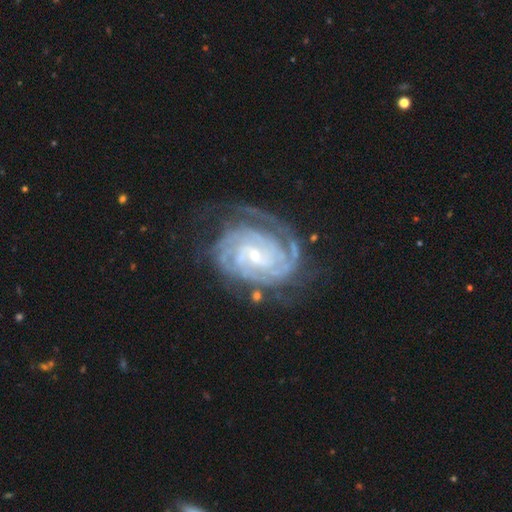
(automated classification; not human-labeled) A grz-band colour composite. It shows a featured or disk galaxy (91%) with a weak bar (45%), 3 (23%) tight (77%) spiral arms (98%) and a small central bulge (67%). Merging: none (66%).